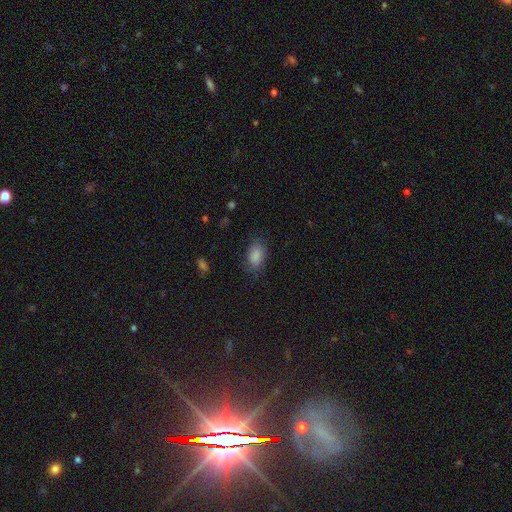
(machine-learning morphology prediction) The model was most divided on "merging": none: 78%, minor disturbance: 16%, major disturbance: 5%, merger: 1%. More confident: how rounded — in between (90%); smooth or featured — smooth (87%).